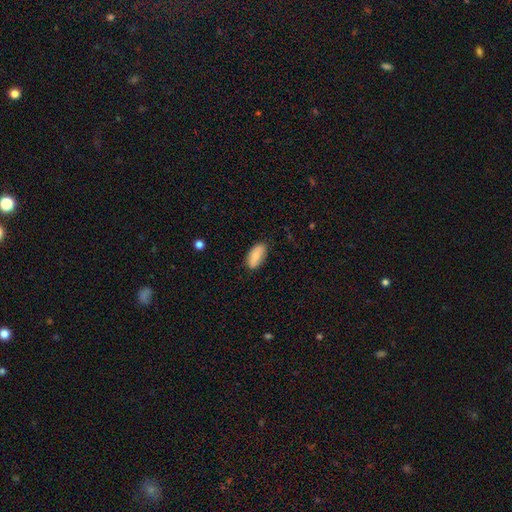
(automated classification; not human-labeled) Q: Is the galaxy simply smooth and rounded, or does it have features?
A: smooth — 80%.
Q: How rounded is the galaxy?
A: in between — 91%.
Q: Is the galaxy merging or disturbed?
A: none — 84%.